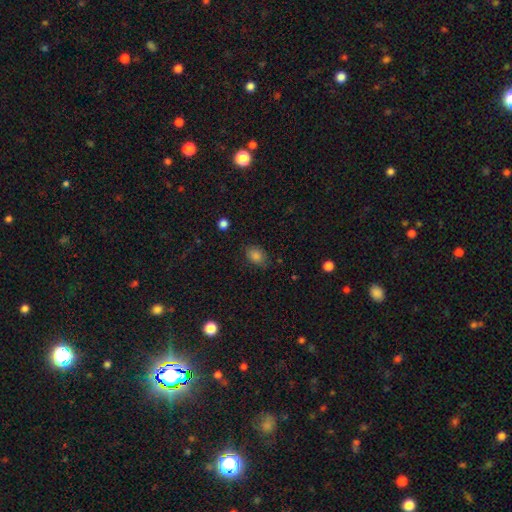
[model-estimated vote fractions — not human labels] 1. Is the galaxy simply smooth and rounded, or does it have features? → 82% smooth, 12% star or artifact, 6% featured or disk.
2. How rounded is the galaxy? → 72% in between, 26% round, 1% cigar-shaped.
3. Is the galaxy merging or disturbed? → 78% none, 17% minor disturbance, 4% major disturbance, 1% merger.